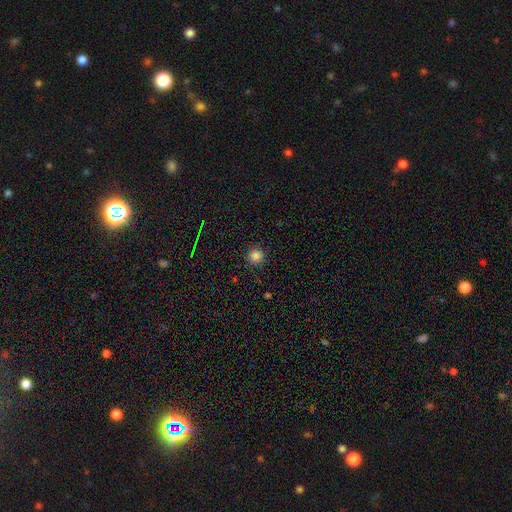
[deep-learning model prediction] This is clearly a smooth galaxy (83%). How rounded: clearly round (91%). Merging: clearly none (89%).